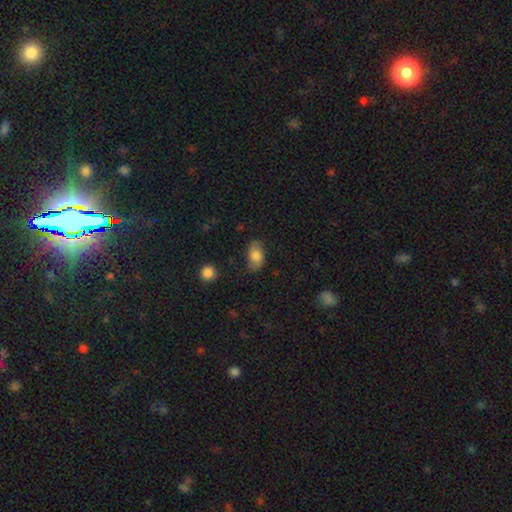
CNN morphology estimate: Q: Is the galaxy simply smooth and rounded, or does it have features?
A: smooth — 65%.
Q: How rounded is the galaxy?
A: in between — 88%.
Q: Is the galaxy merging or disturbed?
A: none — 70%.